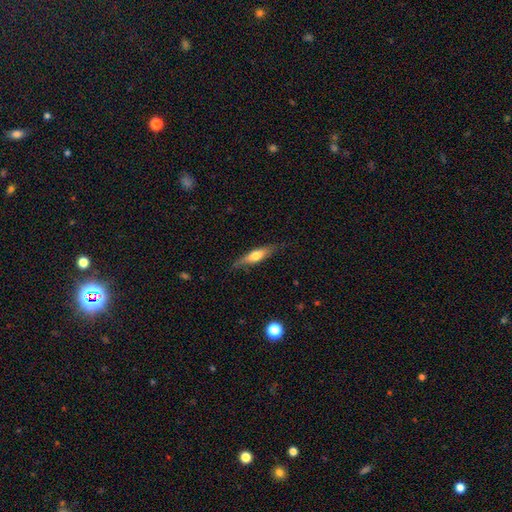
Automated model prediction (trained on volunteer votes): Overall: smooth (51%; featured or disk 43%). How rounded: cigar-shaped (72%). Merging: none (76%).